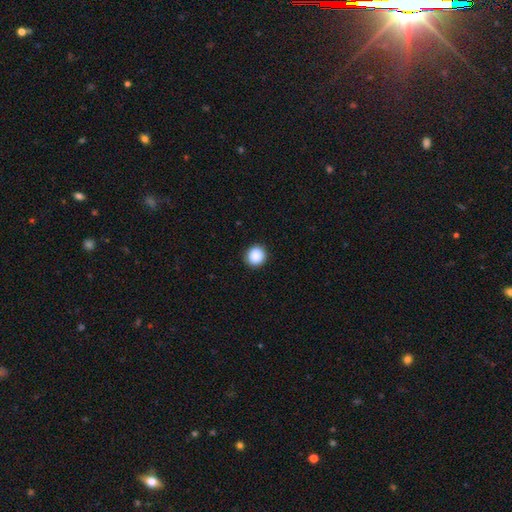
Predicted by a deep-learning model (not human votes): Overall: smooth (89%). How rounded: round (92%). Merging: none (92%).